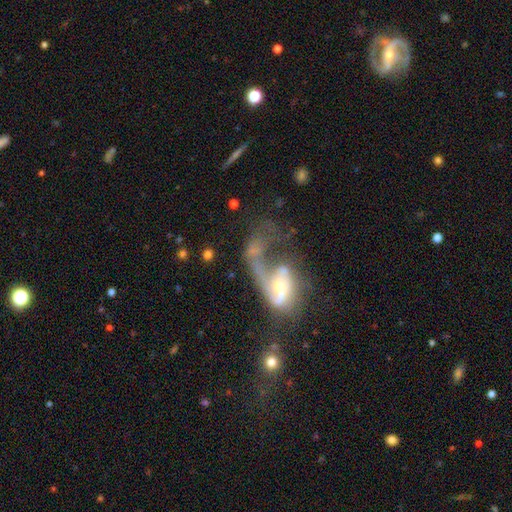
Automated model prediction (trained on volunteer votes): Smooth or featured? Predicted: featured or disk (p=0.73). Edge-on disk? Predicted: no (p=0.95). Bar? Predicted: no (p=0.53). Spiral arms? Predicted: yes (p=0.75). Spiral winding? Predicted: loose (p=0.65). Spiral arm count? Predicted: 1 (p=0.63). Bulge size? Predicted: moderate (p=0.48). Merging? Predicted: major disturbance (p=0.47).